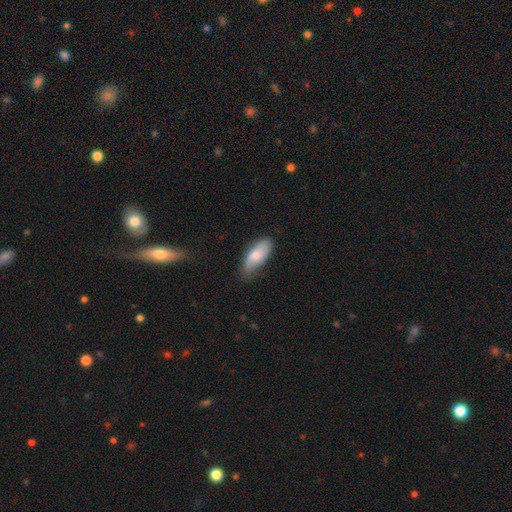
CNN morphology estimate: Smooth or featured?
  - smooth: 74% *
  - featured or disk: 20%
  - star or artifact: 6%
How rounded?
  - in between: 83% *
  - cigar-shaped: 15%
  - round: 2%
Merging?
  - none: 64% *
  - minor disturbance: 28%
  - major disturbance: 5%
  - merger: 2%